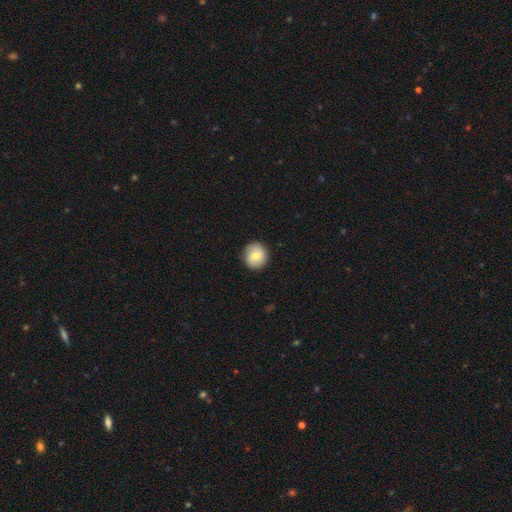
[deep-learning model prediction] Smooth or featured? Predicted: smooth (p=0.65). How rounded? Predicted: round (p=0.89). Merging? Predicted: none (p=0.86).